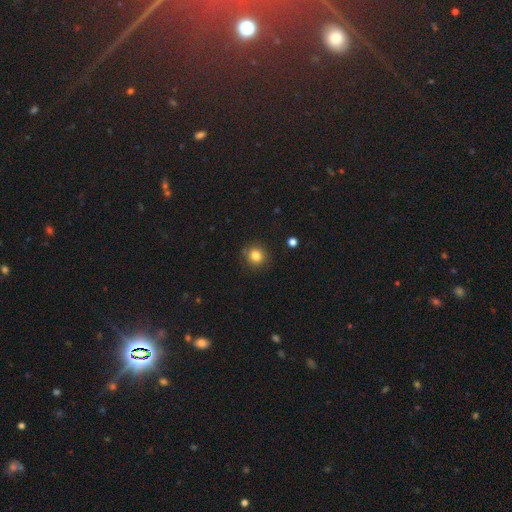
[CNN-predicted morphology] The model was most divided on "smooth or featured": smooth: 83%, star or artifact: 12%, featured or disk: 6%. More confident: how rounded — round (89%); merging — none (86%).